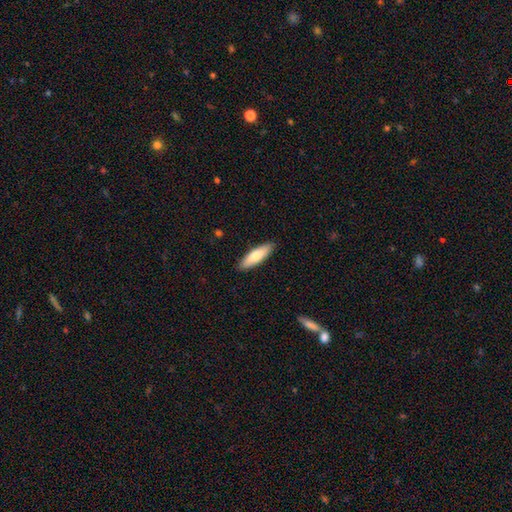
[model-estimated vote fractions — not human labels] A smooth galaxy with no disk features (74%) that is cigar-shaped (54%). Merging: none (89%).